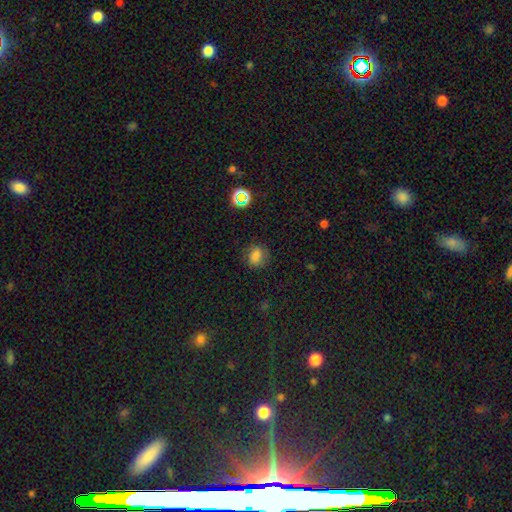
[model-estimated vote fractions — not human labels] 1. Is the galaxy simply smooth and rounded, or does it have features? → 76% smooth, 16% star or artifact, 7% featured or disk.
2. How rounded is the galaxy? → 66% round, 33% in between, 1% cigar-shaped.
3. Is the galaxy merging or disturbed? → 81% none, 14% minor disturbance, 4% major disturbance, 1% merger.